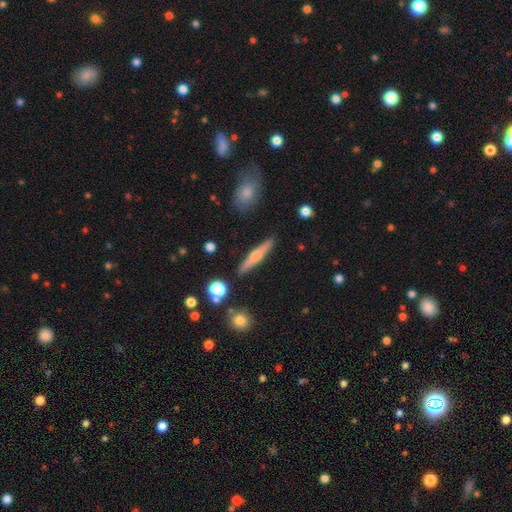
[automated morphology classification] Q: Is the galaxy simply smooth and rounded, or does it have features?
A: featured or disk — 52%.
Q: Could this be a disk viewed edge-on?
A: yes — 96%.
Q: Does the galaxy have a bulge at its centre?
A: rounded — 85%.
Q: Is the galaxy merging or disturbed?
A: none — 88%.